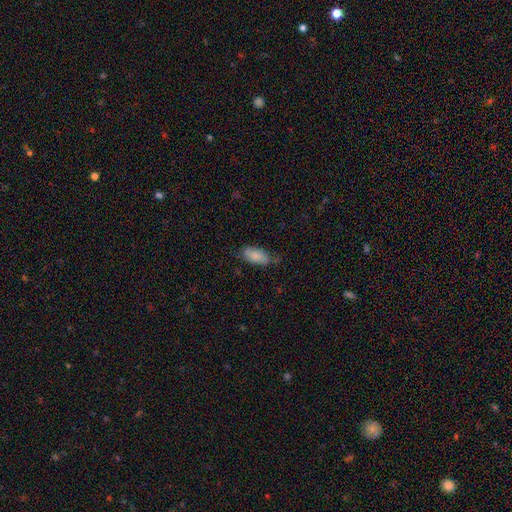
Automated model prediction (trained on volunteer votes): smooth_or_featured: smooth (p=0.81) [alt: featured or disk p=0.12]
how_rounded: in between (p=0.87) [alt: cigar-shaped p=0.11]
merging: none (p=0.65) [alt: minor disturbance p=0.27]